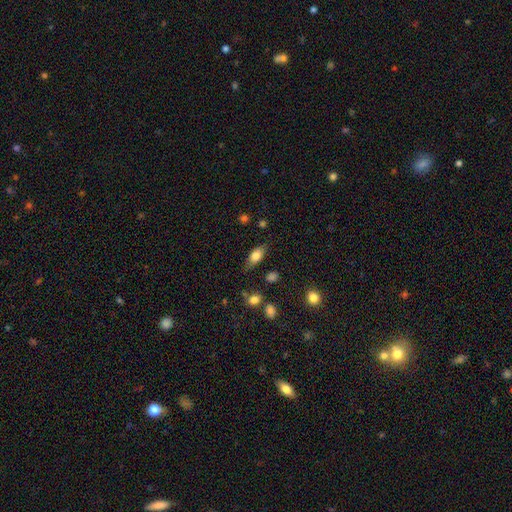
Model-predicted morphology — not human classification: Overall: smooth (76%). How rounded: in between (83%). Merging: none (73%).